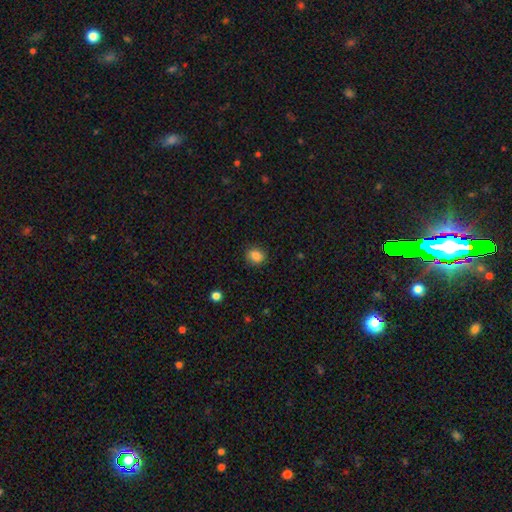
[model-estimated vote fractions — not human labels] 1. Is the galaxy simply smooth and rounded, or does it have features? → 84% smooth, 10% star or artifact, 6% featured or disk.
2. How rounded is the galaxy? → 68% round, 31% in between, 1% cigar-shaped.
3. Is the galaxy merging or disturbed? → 87% none, 10% minor disturbance, 2% major disturbance, 1% merger.